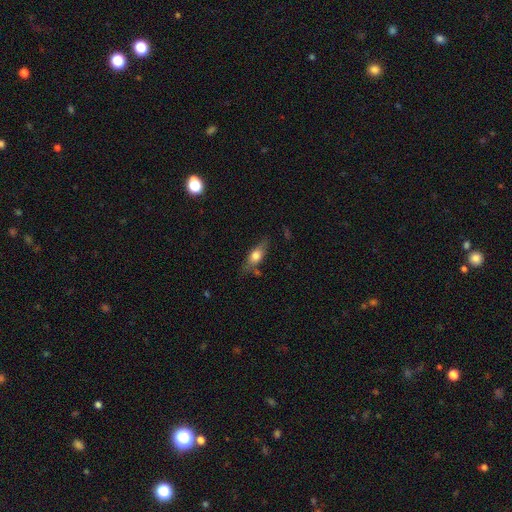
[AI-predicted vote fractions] This appears to be a smooth galaxy with no disk features (61%) that is in between round and cigar-shaped (63%). Merging: none (69%).